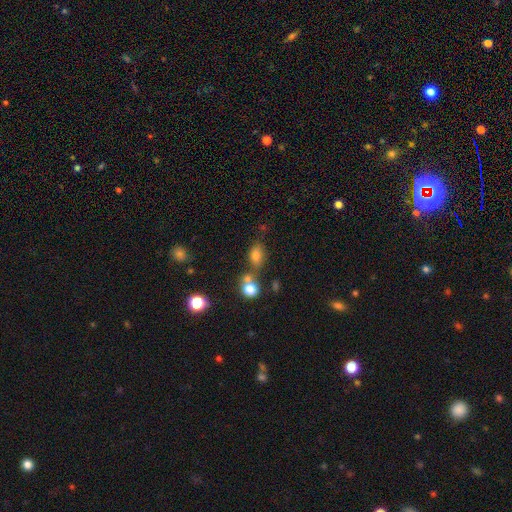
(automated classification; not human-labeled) This appears to be a smooth galaxy with no disk features (74%) that is in between round and cigar-shaped (75%). Merging: none (55%).